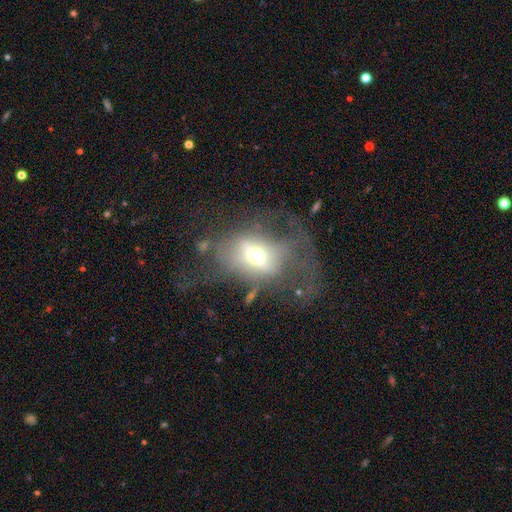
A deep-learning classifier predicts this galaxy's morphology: Smooth or featured? Predicted: featured or disk (p=0.44). Merging? Predicted: major disturbance (p=0.43).